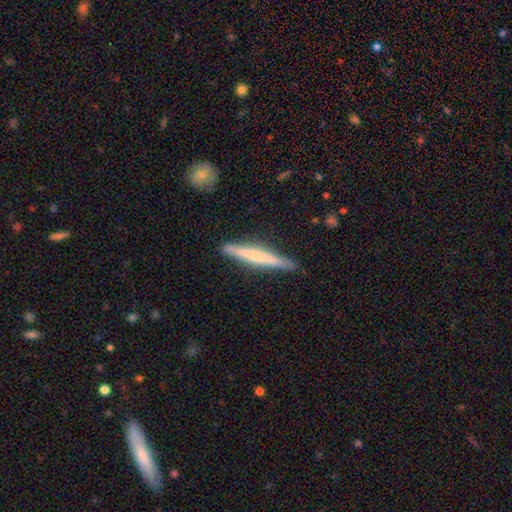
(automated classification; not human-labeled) Smooth or featured? Predicted: featured or disk (p=0.49). Merging? Predicted: none (p=0.88).